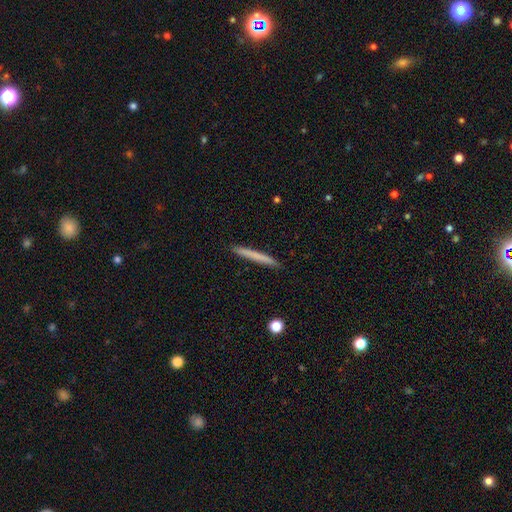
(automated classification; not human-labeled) The model was most divided on "smooth or featured": smooth: 70%, featured or disk: 24%, star or artifact: 6%. More confident: how rounded — cigar-shaped (97%); merging — none (92%).